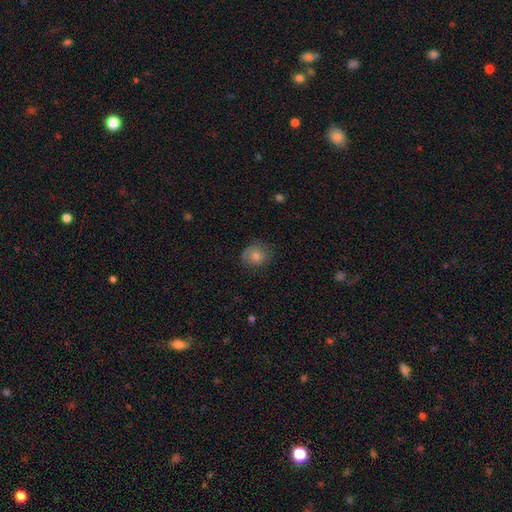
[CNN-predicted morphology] Q: Smooth or featured?
A: smooth (73%); runner-up: featured or disk (18%)
Q: How rounded?
A: round (66%); runner-up: in between (33%)
Q: Merging?
A: none (66%); runner-up: minor disturbance (24%)